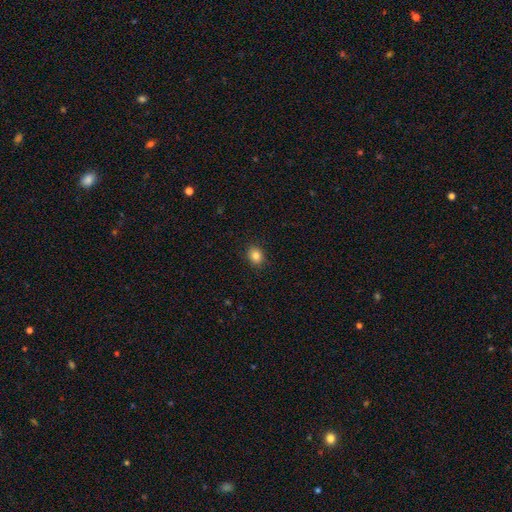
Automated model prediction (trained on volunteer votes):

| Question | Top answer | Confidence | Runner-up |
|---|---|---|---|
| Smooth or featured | smooth | 84% | star or artifact (11%) |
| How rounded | round | 67% | in between (32%) |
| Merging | none | 89% | minor disturbance (8%) |